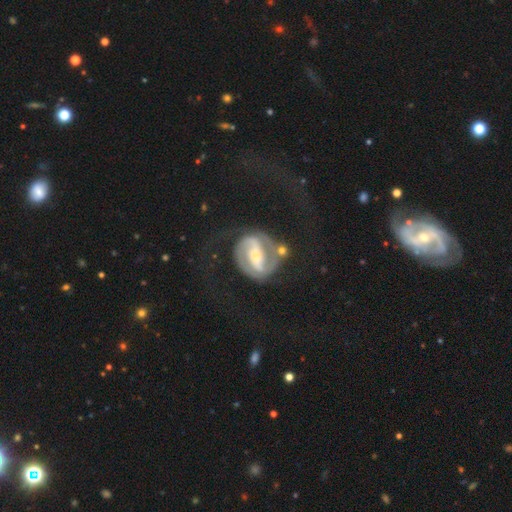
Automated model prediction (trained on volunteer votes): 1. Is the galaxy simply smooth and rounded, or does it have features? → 86% featured or disk, 7% smooth, 6% star or artifact.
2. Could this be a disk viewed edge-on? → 97% no, 3% yes.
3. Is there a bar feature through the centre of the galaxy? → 63% strong, 27% weak, 10% no.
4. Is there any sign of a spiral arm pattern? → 95% yes, 5% no.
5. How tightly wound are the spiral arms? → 46% medium, 42% tight, 12% loose.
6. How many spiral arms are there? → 92% 2, 3% can't tell, 2% 1, 1% 3, 1% 4, 1% more than 4.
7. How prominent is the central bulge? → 41% moderate (tied), 41% small (tied), 10% large, 5% none, 2% dominant.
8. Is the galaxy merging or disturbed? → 65% none, 17% minor disturbance, 13% major disturbance, 6% merger.